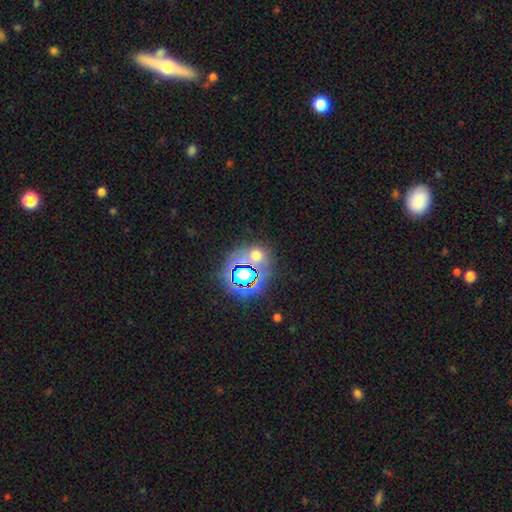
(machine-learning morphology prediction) The model was most divided on "smooth or featured": star or artifact: 45%, smooth: 44%, featured or disk: 11%.